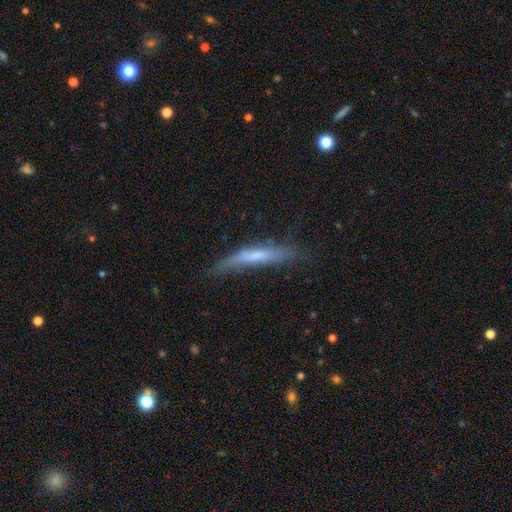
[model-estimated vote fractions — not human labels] Smooth or featured? smooth (49%)
Merging? none (53%)